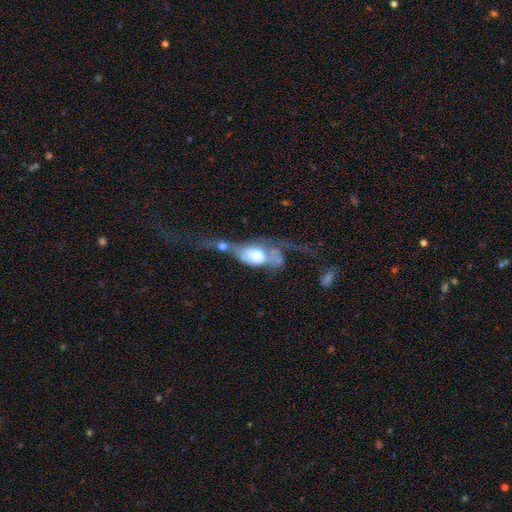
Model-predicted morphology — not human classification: featured or disk 46%, smooth 45%, star or artifact 8%. Down the decision tree: merging — merger (52%).